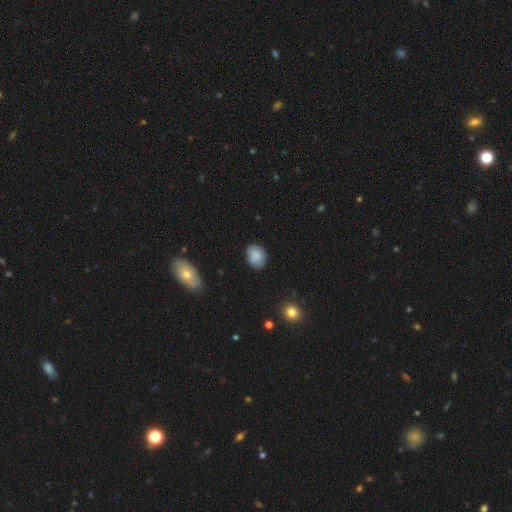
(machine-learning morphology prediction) Smooth or featured? Predicted: smooth (p=0.85). How rounded? Predicted: in between (p=0.57). Merging? Predicted: none (p=0.79).